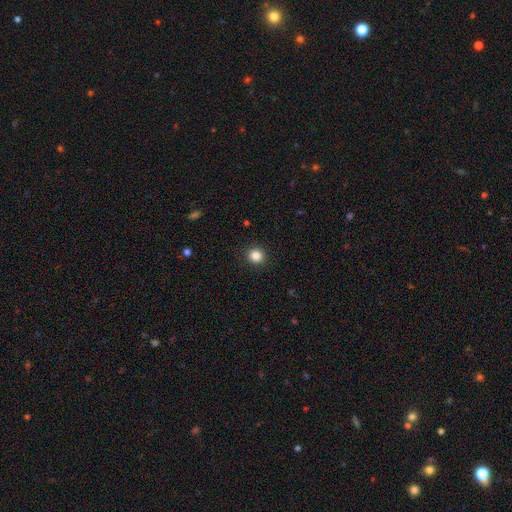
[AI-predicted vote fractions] Smooth or featured? Predicted: smooth (p=0.86). How rounded? Predicted: round (p=0.91). Merging? Predicted: none (p=0.92).